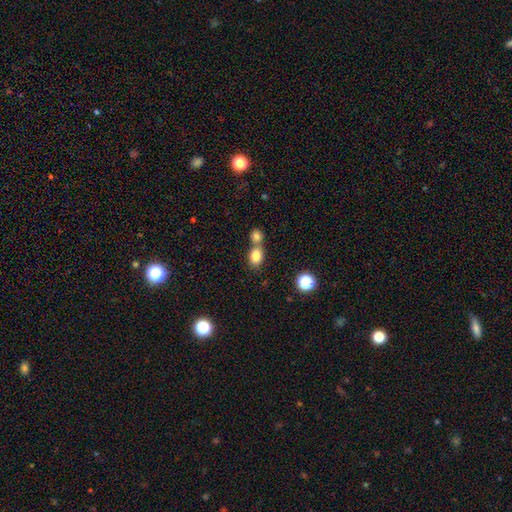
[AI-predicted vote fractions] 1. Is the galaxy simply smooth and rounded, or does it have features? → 82% smooth, 10% star or artifact, 8% featured or disk.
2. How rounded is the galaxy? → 67% in between, 32% round, 2% cigar-shaped.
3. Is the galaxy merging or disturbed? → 46% merger, 44% none, 8% minor disturbance, 3% major disturbance.